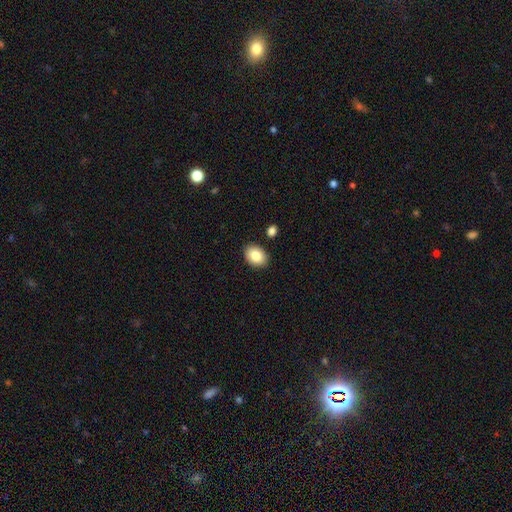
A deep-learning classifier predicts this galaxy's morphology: This is clearly a smooth galaxy (85%). How rounded: likely in between (72%). Merging: clearly none (88%).